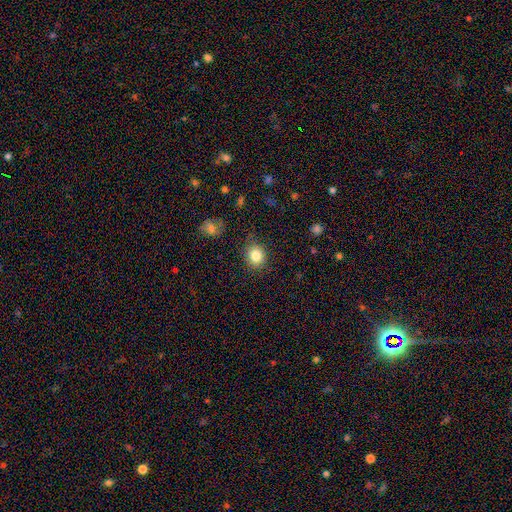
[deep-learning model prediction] Smooth or featured: smooth — 84% (star or artifact — 10%)
How rounded: round — 70% (in between — 29%)
Merging: none — 82% (minor disturbance — 12%)